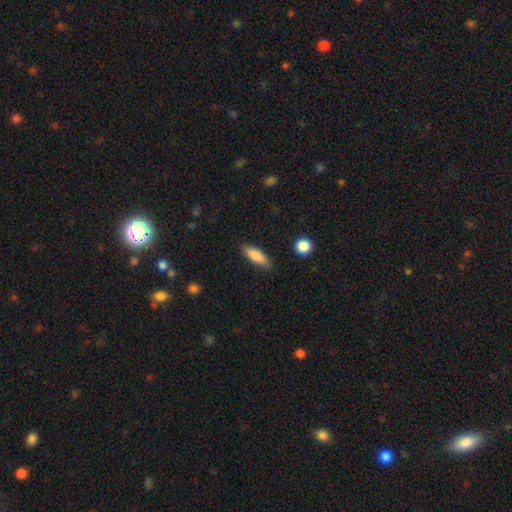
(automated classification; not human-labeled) The model was most divided on "how rounded": in between: 56%, cigar-shaped: 42%, round: 2%. More confident: smooth or featured — smooth (84%); merging — none (83%).